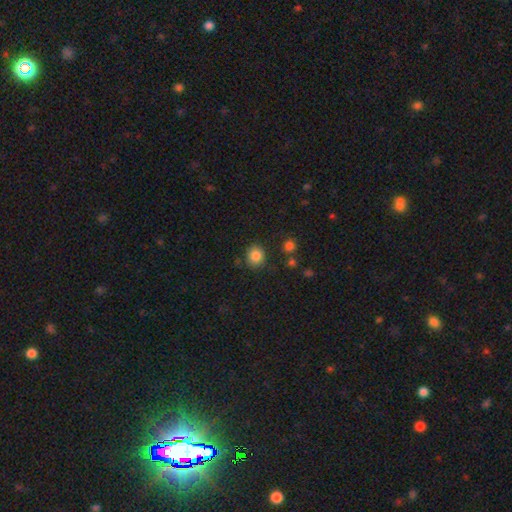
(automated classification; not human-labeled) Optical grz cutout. It shows a smooth galaxy with no disk features (85%) that is round (82%). Merging: none (83%).